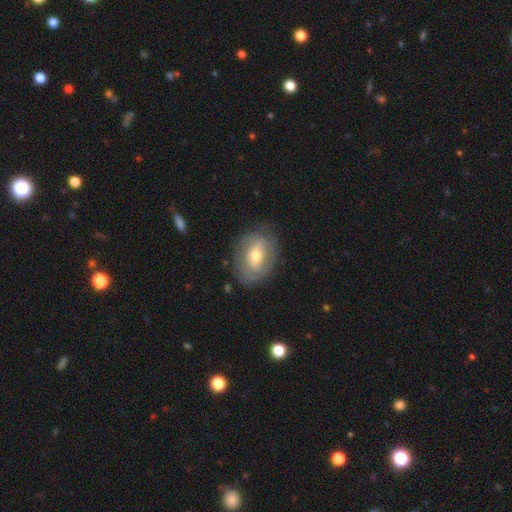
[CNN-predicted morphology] type=featured or disk (51%); edge-on=no (94%); merging=none (75%).